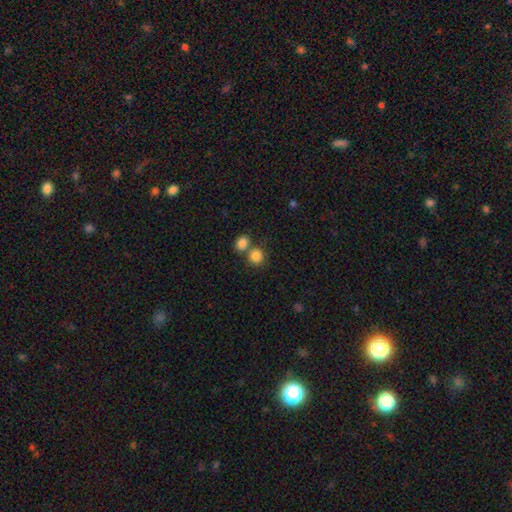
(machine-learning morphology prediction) type=smooth (84%); roundness=round (83%); merging=none (55%).